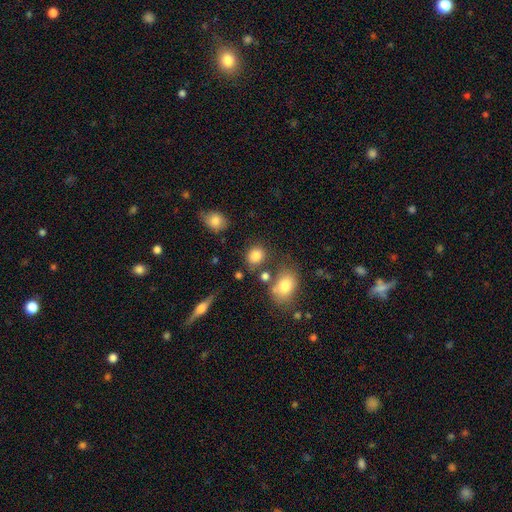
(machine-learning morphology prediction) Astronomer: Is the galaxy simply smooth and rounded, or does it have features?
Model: smooth — 83%.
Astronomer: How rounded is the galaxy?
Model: round — 66%.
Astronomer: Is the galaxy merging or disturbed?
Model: none — 73%.